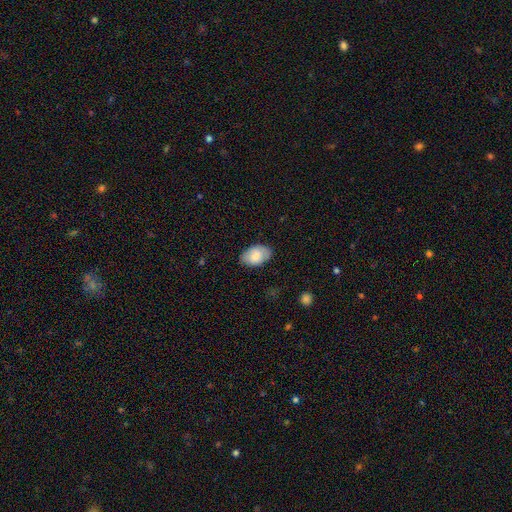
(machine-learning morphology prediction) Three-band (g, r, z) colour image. It shows a smooth galaxy with no disk features (79%) that is in between round and cigar-shaped (92%). Merging: none (80%).